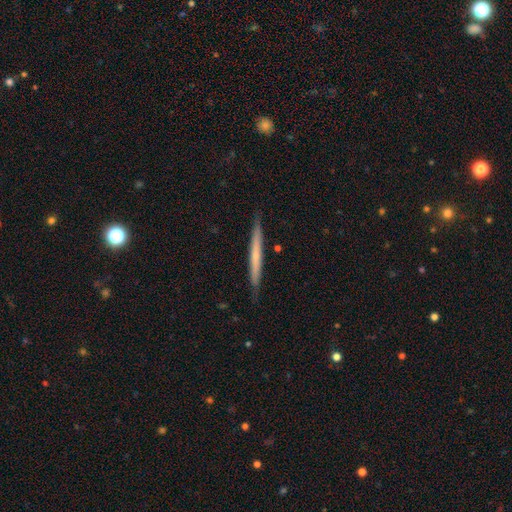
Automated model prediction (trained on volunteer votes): Morphology: type=smooth (48%); merging=none (89%).